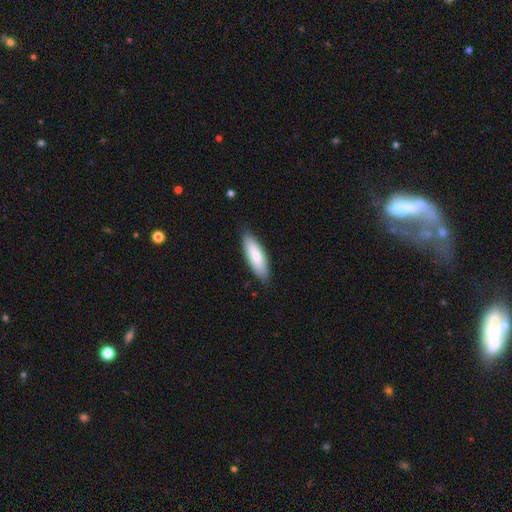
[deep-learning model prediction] smooth_or_featured: smooth (p=0.78) [alt: featured or disk p=0.17]
how_rounded: in between (p=0.62) [alt: cigar-shaped p=0.36]
merging: none (p=0.83) [alt: minor disturbance p=0.13]